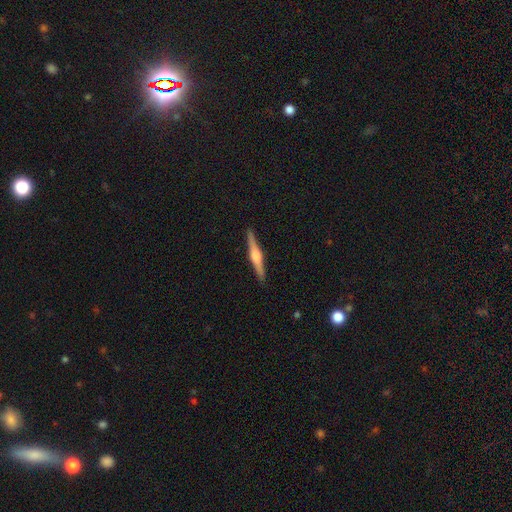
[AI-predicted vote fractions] Smooth or featured? Predicted: featured or disk (p=0.72). Edge-on disk? Predicted: yes (p=0.98). Edge-on bulge? Predicted: rounded (p=0.78). Merging? Predicted: none (p=0.91).